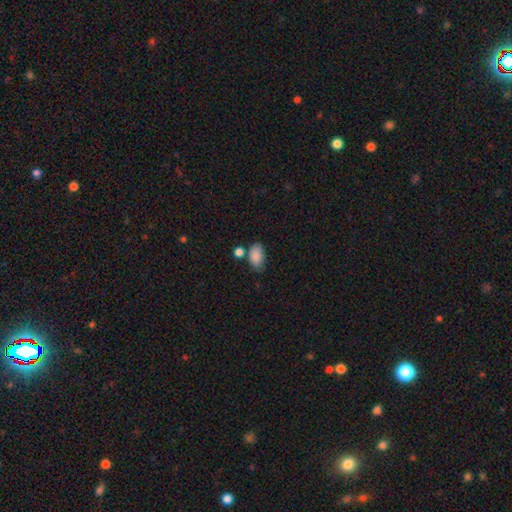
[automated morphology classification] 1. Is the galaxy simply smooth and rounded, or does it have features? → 88% smooth, 8% star or artifact, 5% featured or disk.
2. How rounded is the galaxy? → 91% in between, 7% round, 2% cigar-shaped.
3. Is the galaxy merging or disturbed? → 66% none, 16% minor disturbance, 13% merger, 4% major disturbance.